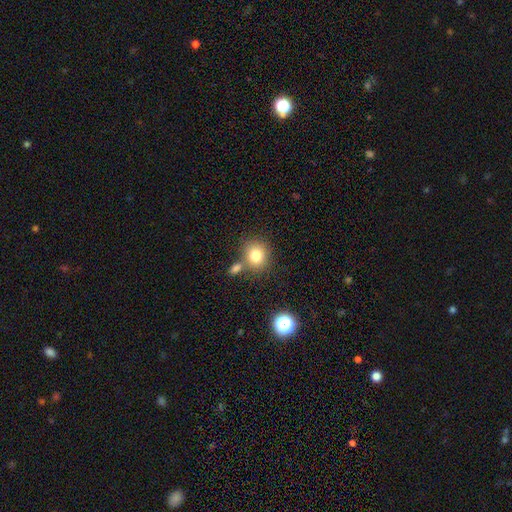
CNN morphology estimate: A smooth galaxy with no disk features (79%) that is round (80%). Merging: none (67%).